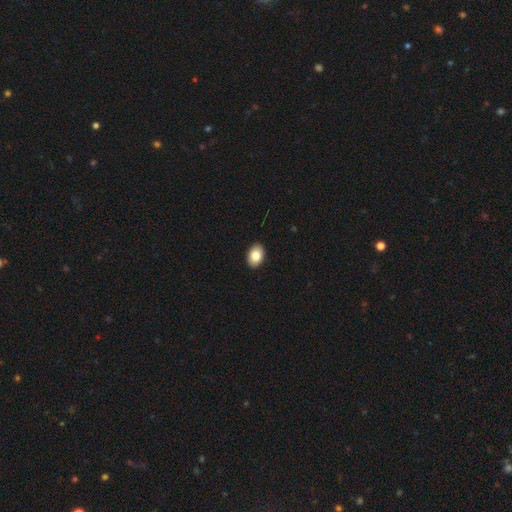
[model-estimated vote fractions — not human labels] smooth_or_featured: smooth (p=0.83) [alt: featured or disk p=0.10]
how_rounded: in between (p=0.86) [alt: round p=0.13]
merging: none (p=0.92) [alt: minor disturbance p=0.06]